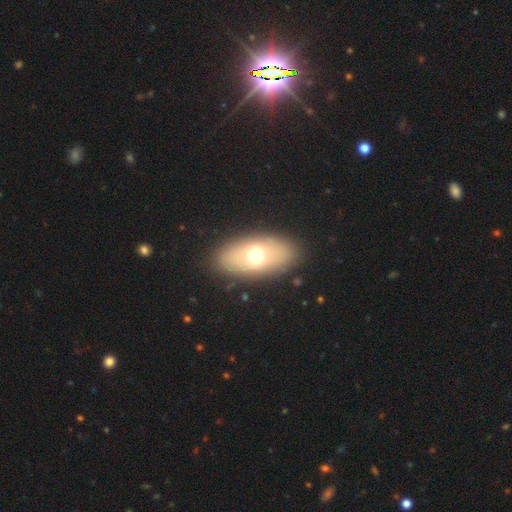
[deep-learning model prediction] smooth-or-featured: smooth: 60% | featured or disk: 28% | star or artifact: 12%
  how-rounded: in between: 84% | round: 12% | cigar-shaped: 4%
  merging: none: 86% | minor disturbance: 8% | major disturbance: 4% | merger: 1%